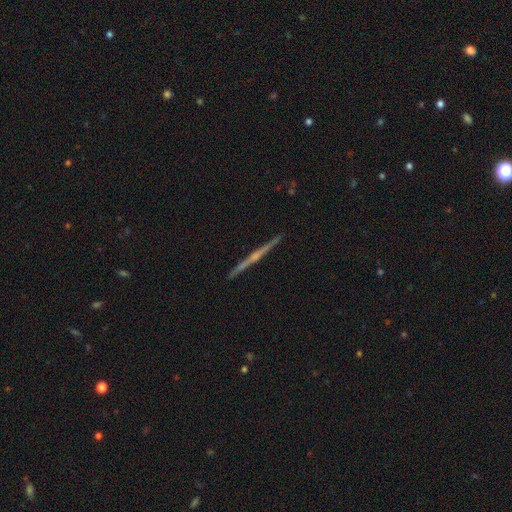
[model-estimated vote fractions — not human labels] Smooth or featured? featured or disk (81%)
Edge-on disk? yes (98%)
Edge-on bulge? rounded (67%)
Merging? none (93%)